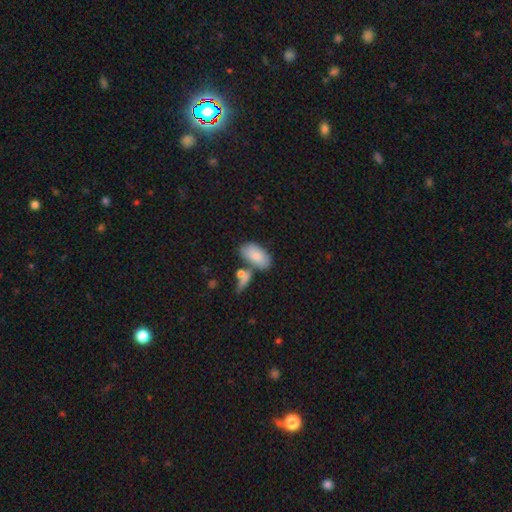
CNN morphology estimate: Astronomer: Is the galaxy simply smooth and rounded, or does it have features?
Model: smooth — 81%.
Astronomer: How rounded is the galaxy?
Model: in between — 94%.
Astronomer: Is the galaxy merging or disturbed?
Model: none — 54%.